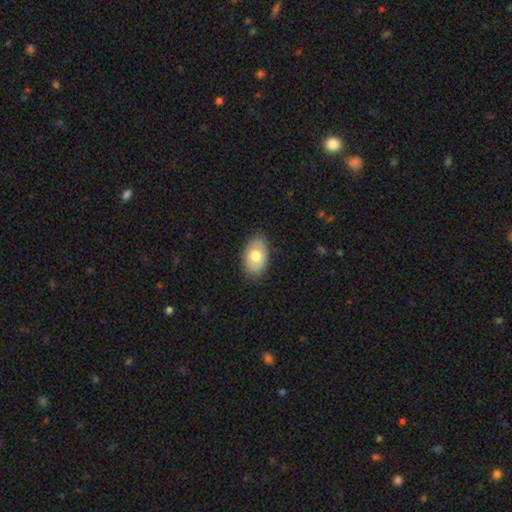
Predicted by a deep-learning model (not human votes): Smooth or featured? smooth (70%)
How rounded? in between (89%)
Merging? none (82%)